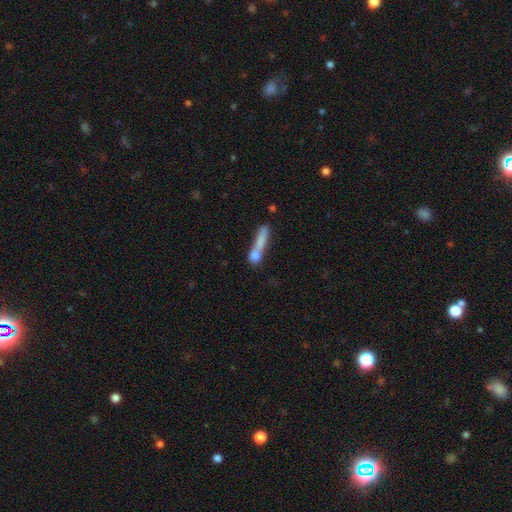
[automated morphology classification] Smooth or featured? smooth (69%)
How rounded? cigar-shaped (67%)
Merging? merger (40%)